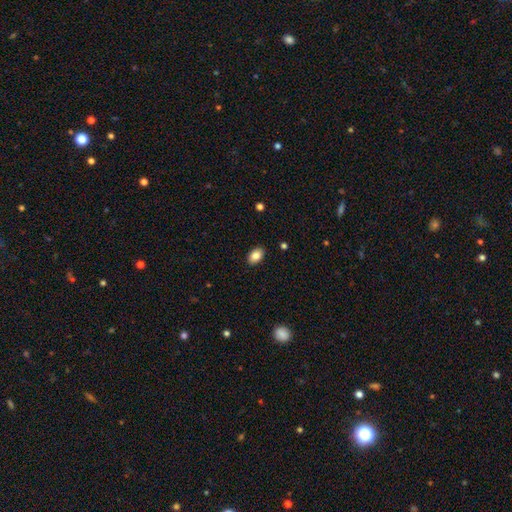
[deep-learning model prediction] Q: Smooth or featured?
A: smooth (85%); runner-up: star or artifact (8%)
Q: How rounded?
A: in between (88%); runner-up: round (11%)
Q: Merging?
A: none (89%); runner-up: minor disturbance (8%)